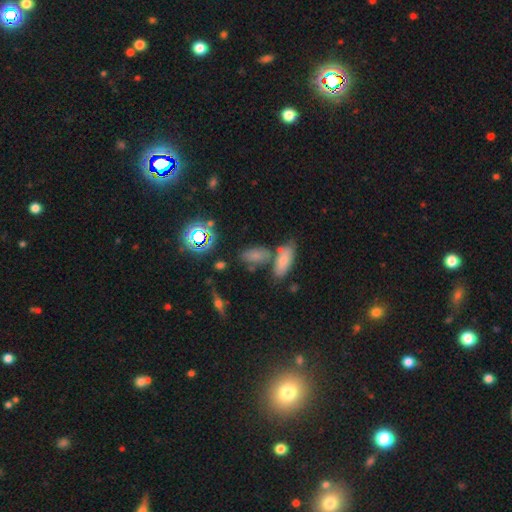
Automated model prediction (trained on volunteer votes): The model was most divided on "merging": none: 59%, merger: 22%, minor disturbance: 14%, major disturbance: 5%. More confident: how rounded — in between (82%); smooth or featured — smooth (68%).